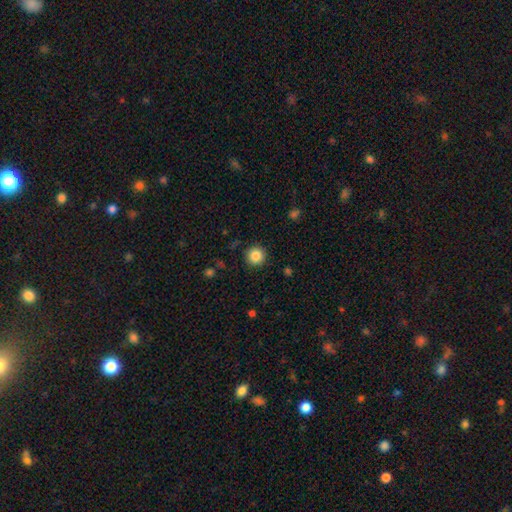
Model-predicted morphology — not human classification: smooth_or_featured: smooth (p=0.85) [alt: star or artifact p=0.10]
how_rounded: round (p=0.95) [alt: in between p=0.04]
merging: none (p=0.91) [alt: minor disturbance p=0.06]